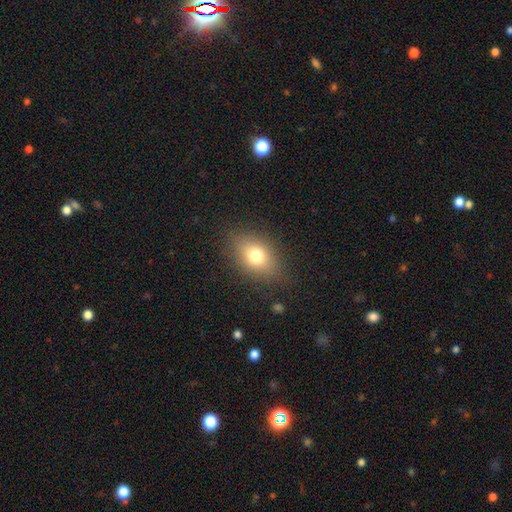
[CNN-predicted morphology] type=smooth (75%); roundness=in between (74%); merging=none (81%).